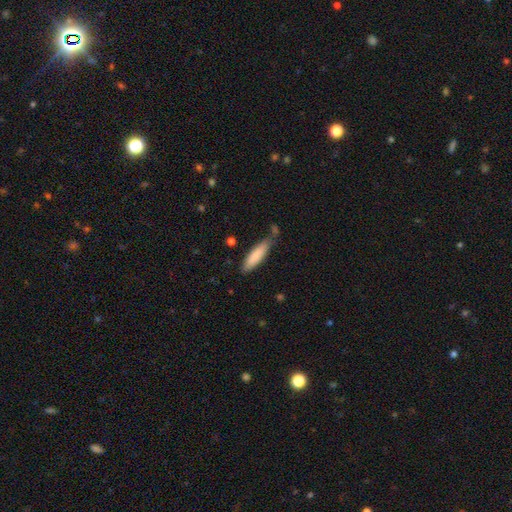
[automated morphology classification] Smooth or featured? Predicted: smooth (p=0.83). How rounded? Predicted: cigar-shaped (p=0.71). Merging? Predicted: none (p=0.69).